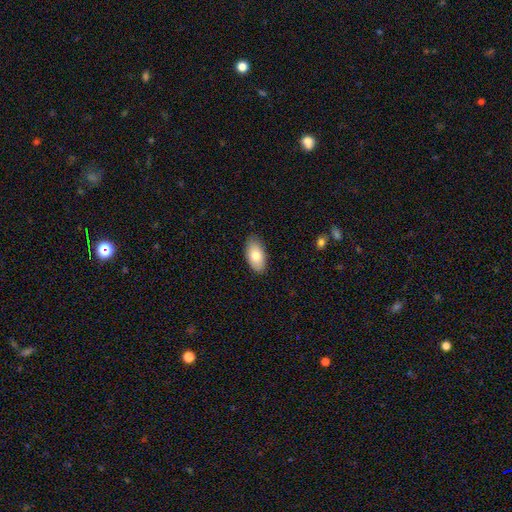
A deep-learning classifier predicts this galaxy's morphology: Smooth or featured? smooth (80%)
How rounded? in between (94%)
Merging? none (85%)